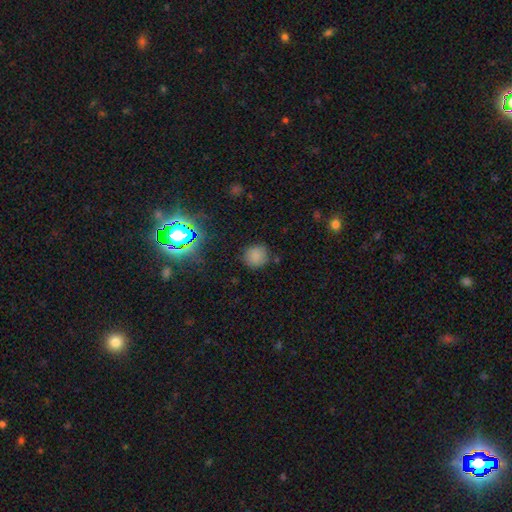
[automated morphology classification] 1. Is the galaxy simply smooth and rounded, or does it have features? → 78% smooth, 17% star or artifact, 6% featured or disk.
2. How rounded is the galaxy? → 89% round, 10% in between, 1% cigar-shaped.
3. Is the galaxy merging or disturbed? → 82% none, 12% minor disturbance, 4% major disturbance, 2% merger.